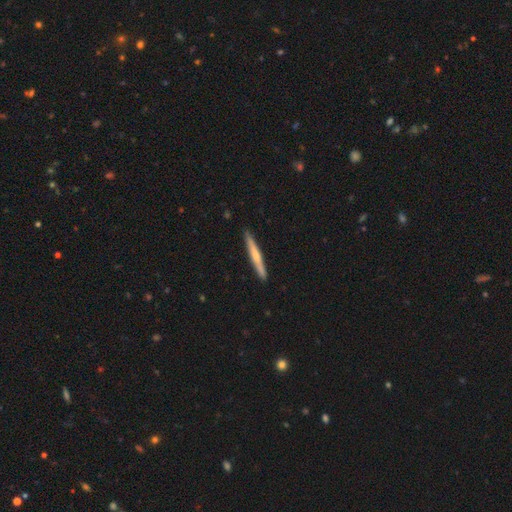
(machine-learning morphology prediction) Smooth or featured: smooth — 52% (featured or disk — 43%)
How rounded: cigar-shaped — 96% (in between — 3%)
Merging: none — 91% (minor disturbance — 6%)